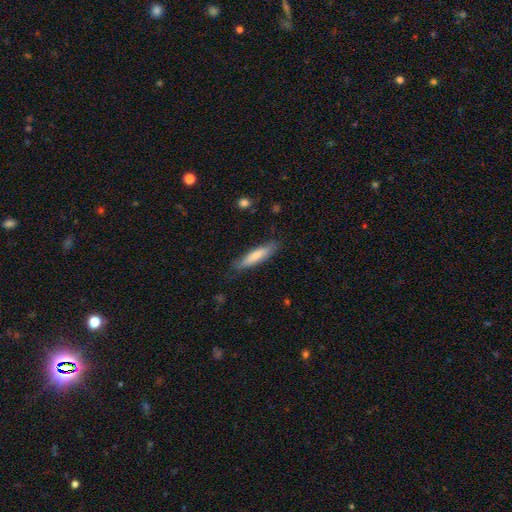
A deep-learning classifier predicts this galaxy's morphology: Overall: smooth (77%). How rounded: cigar-shaped (79%). Merging: none (82%).